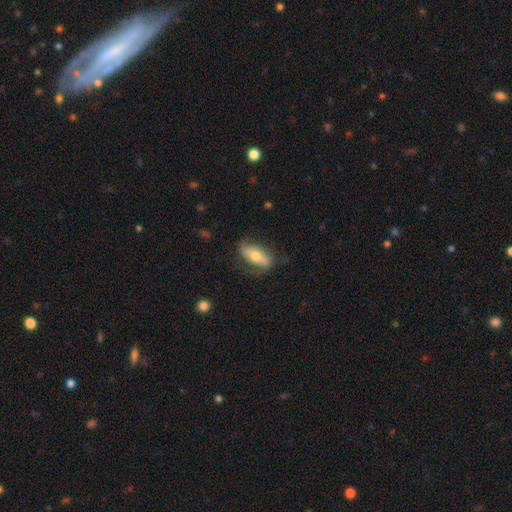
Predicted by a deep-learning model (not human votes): Smooth or featured: smooth — 49% (featured or disk — 45%)
Merging: none — 66% (minor disturbance — 22%)